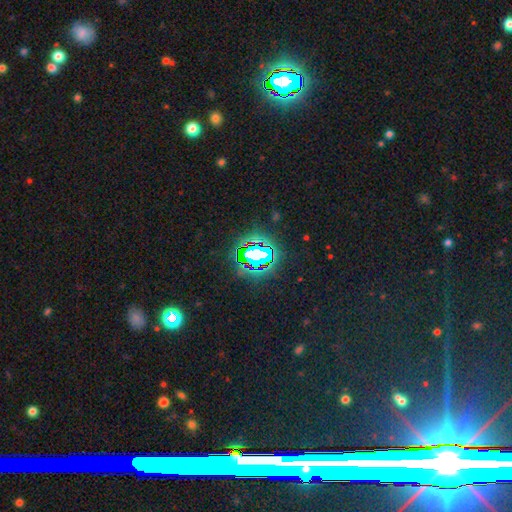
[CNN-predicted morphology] Overall: star or artifact (72%).